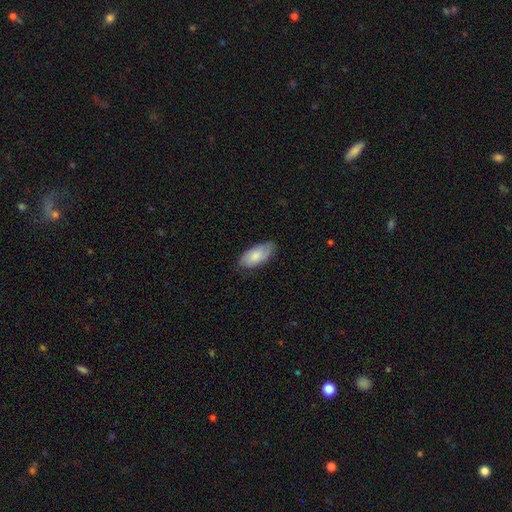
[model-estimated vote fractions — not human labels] Smooth or featured? Predicted: smooth (p=0.78). How rounded? Predicted: in between (p=0.91). Merging? Predicted: none (p=0.75).